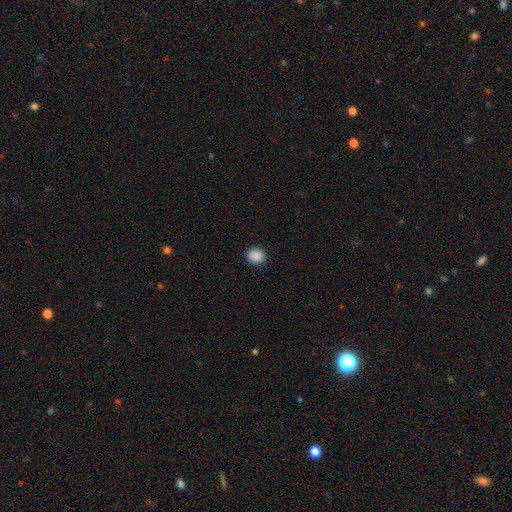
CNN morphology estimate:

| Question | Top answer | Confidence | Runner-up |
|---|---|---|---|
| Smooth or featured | smooth | 89% | star or artifact (9%) |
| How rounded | round | 78% | in between (22%) |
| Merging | none | 91% | minor disturbance (6%) |